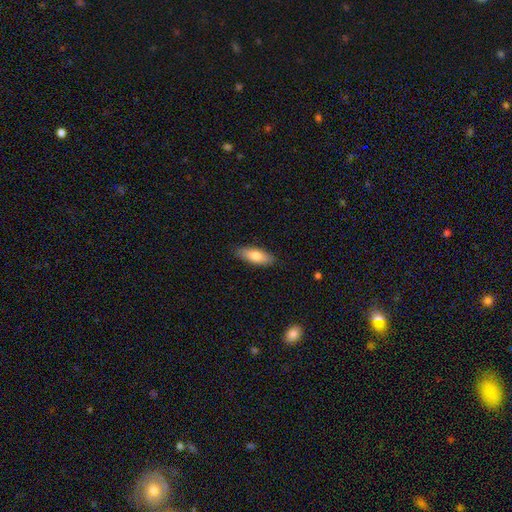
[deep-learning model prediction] Morphology: type=smooth (76%); roundness=in between (72%); merging=none (87%).